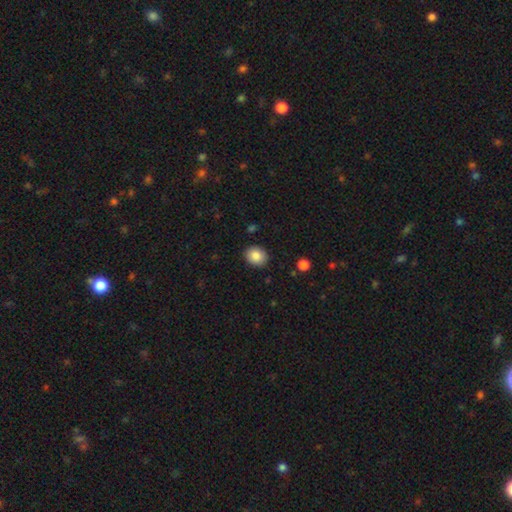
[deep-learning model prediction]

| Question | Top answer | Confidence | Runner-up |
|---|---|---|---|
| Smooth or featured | smooth | 86% | star or artifact (8%) |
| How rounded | round | 61% | in between (38%) |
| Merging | none | 88% | minor disturbance (8%) |